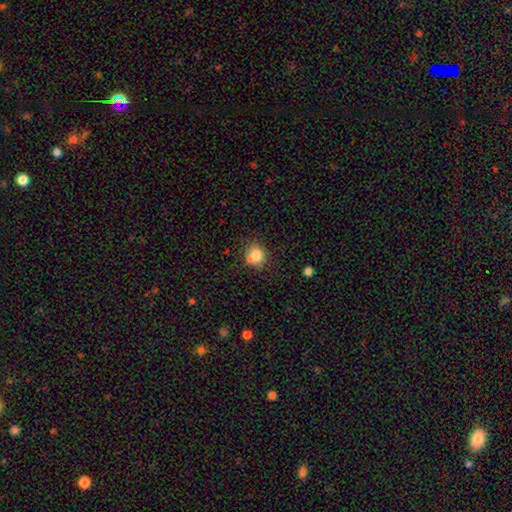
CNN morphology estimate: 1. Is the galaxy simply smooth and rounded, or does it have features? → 79% smooth, 11% star or artifact, 10% featured or disk.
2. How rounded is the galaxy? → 81% round, 18% in between, 1% cigar-shaped.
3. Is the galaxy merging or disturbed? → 66% none, 16% merger, 14% minor disturbance, 4% major disturbance.